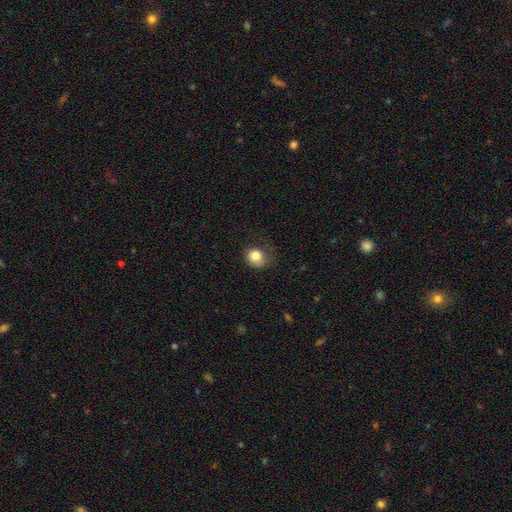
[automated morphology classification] smooth 82%, star or artifact 10%, featured or disk 9%. Down the decision tree: how rounded — round (81%); merging — none (60%).